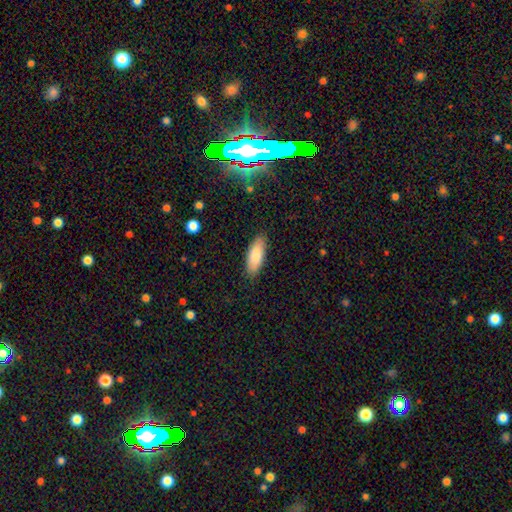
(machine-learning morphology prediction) type=smooth (85%); roundness=in between (71%); merging=none (87%).